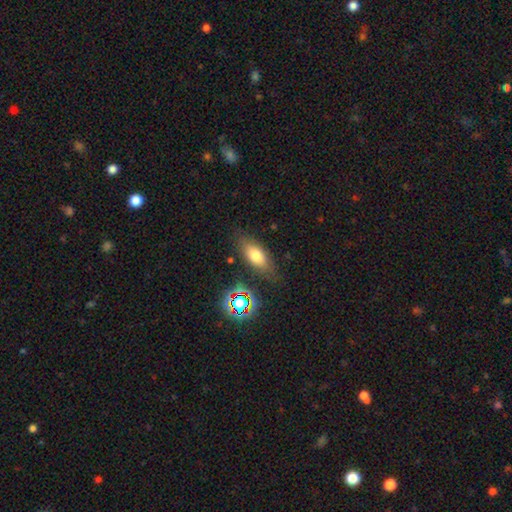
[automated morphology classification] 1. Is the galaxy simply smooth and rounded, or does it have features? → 71% smooth, 17% featured or disk, 12% star or artifact.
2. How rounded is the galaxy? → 82% in between, 12% cigar-shaped, 6% round.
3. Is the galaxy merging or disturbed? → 78% none, 14% minor disturbance, 5% major disturbance, 3% merger.